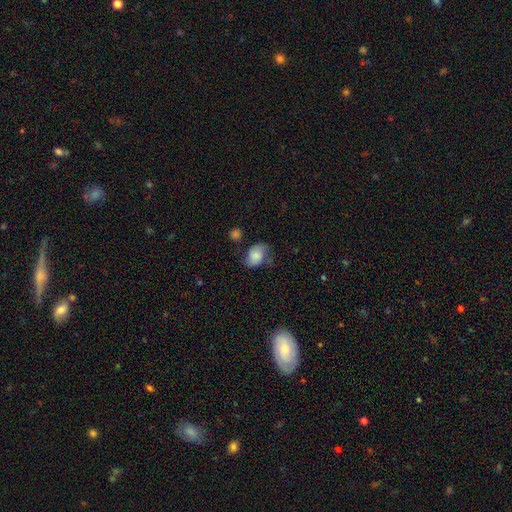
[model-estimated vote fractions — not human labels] smooth 72%, featured or disk 19%, star or artifact 9%. Down the decision tree: how rounded — in between (71%); merging — none (51%).